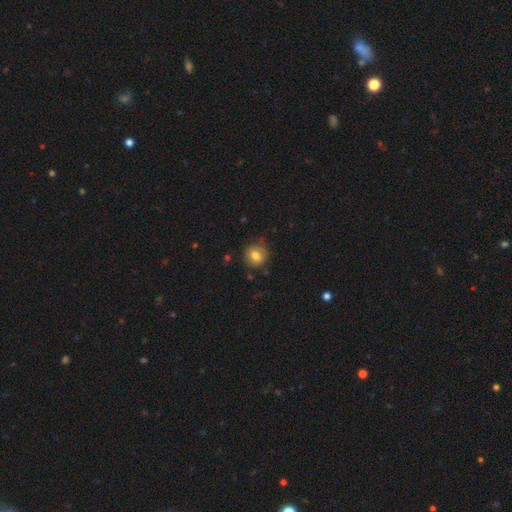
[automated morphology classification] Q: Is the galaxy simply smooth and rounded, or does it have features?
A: smooth — 75%.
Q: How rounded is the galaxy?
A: round — 84%.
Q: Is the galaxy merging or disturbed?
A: none — 81%.